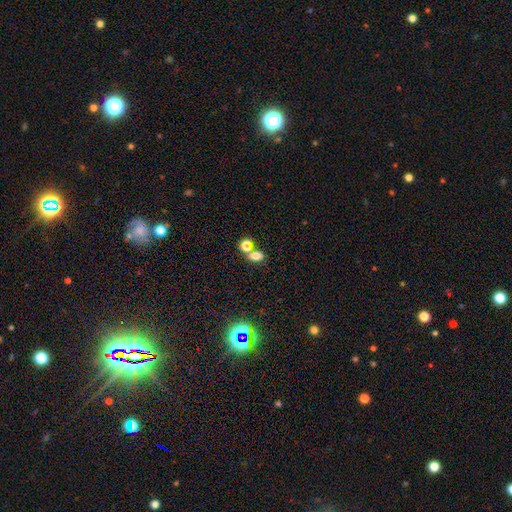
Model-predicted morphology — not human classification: smooth-or-featured: smooth: 75% | star or artifact: 16% | featured or disk: 9%
  how-rounded: in between: 74% | round: 23% | cigar-shaped: 3%
  merging: none: 48% | merger: 38% | minor disturbance: 9% | major disturbance: 4%